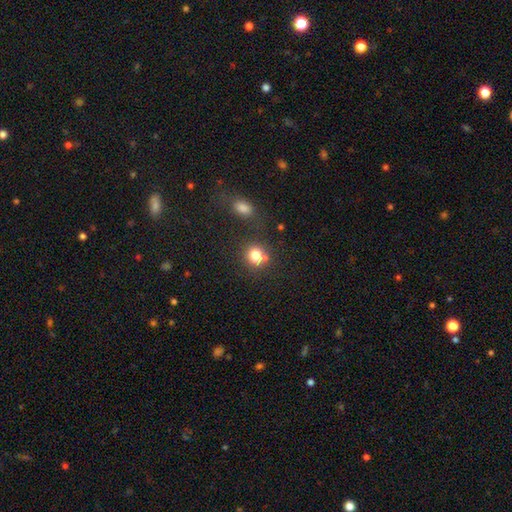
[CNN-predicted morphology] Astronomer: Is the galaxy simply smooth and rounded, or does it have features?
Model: smooth — 80%.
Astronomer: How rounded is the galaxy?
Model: round — 82%.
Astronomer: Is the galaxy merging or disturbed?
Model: none — 66%.